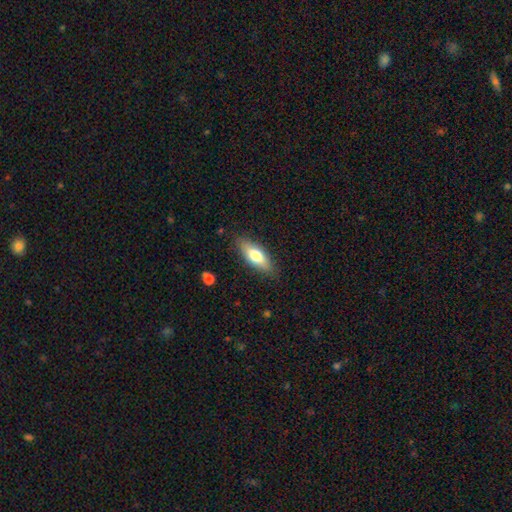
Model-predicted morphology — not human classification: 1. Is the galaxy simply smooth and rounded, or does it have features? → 69% smooth, 25% featured or disk, 6% star or artifact.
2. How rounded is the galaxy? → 67% in between, 31% cigar-shaped, 2% round.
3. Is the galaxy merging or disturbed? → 85% none, 11% minor disturbance, 2% major disturbance, 1% merger.